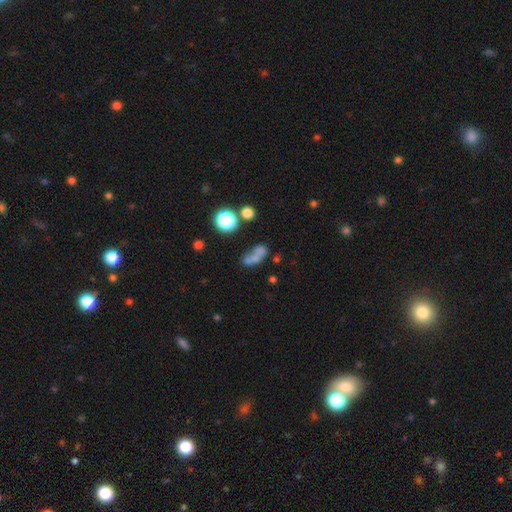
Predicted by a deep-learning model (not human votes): smooth_or_featured: smooth (p=0.57) [alt: featured or disk p=0.24]
how_rounded: in between (p=0.62) [alt: round p=0.29]
merging: merger (p=0.39) [alt: none p=0.30]